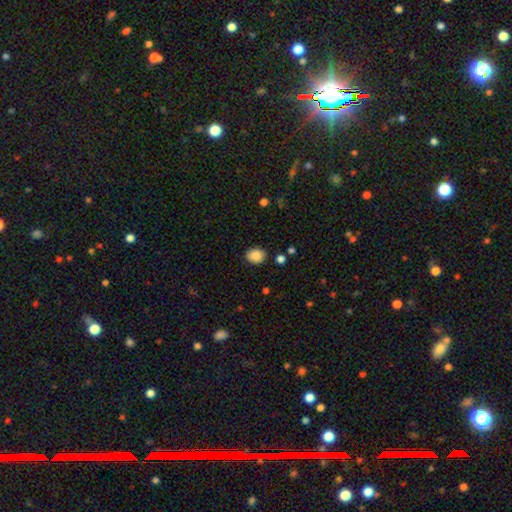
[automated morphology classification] Smooth or featured? Predicted: smooth (p=0.88). How rounded? Predicted: in between (p=0.53). Merging? Predicted: none (p=0.85).